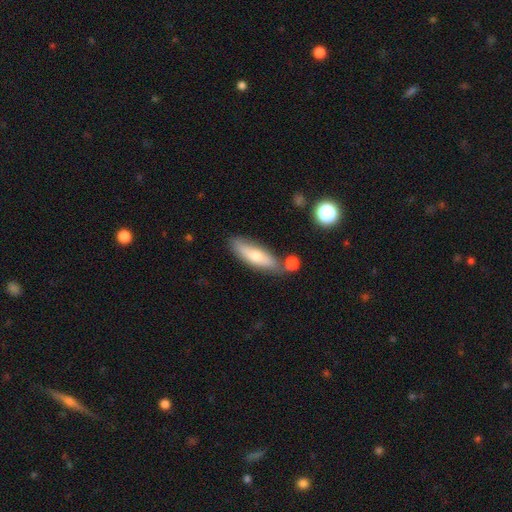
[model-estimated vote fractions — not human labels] smooth-or-featured: smooth: 63% | featured or disk: 31% | star or artifact: 6%
  how-rounded: cigar-shaped: 54% | in between: 44% | round: 2%
  merging: none: 65% | minor disturbance: 17% | merger: 14% | major disturbance: 4%